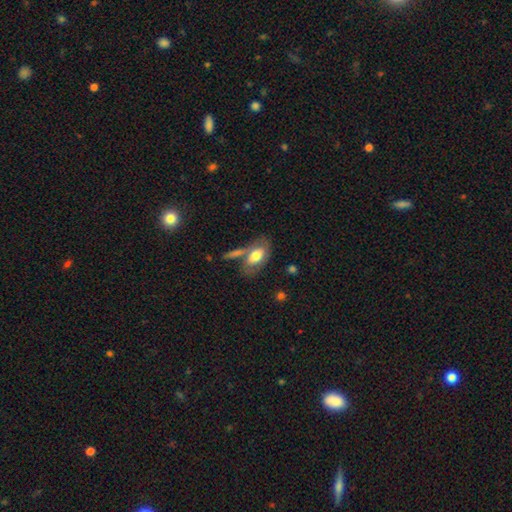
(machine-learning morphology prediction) smooth-or-featured: smooth: 65% | featured or disk: 28% | star or artifact: 6%
  how-rounded: in between: 90% | round: 6% | cigar-shaped: 4%
  merging: none: 51% | merger: 22% | minor disturbance: 19% | major disturbance: 9%